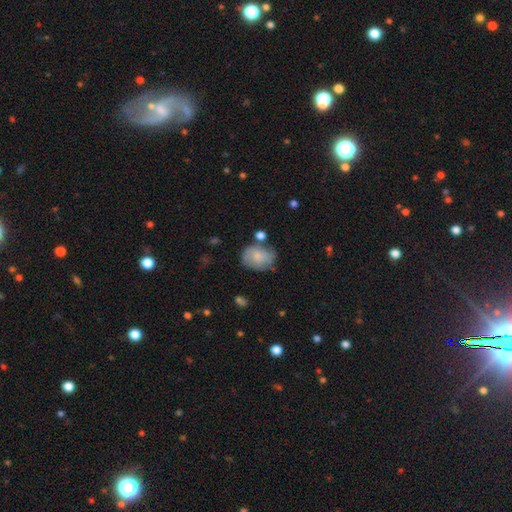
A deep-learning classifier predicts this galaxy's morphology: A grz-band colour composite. It shows a smooth galaxy with no disk features (61%) that is in between round and cigar-shaped (56%). Merging: none (57%).